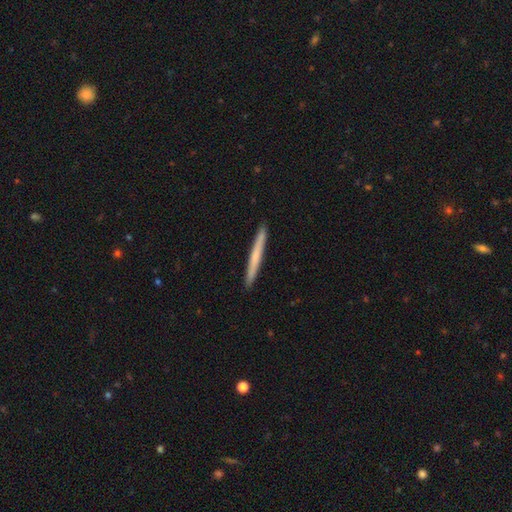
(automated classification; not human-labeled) Smooth or featured: smooth — 57% (featured or disk — 38%)
How rounded: cigar-shaped — 97% (in between — 2%)
Merging: none — 93% (minor disturbance — 5%)